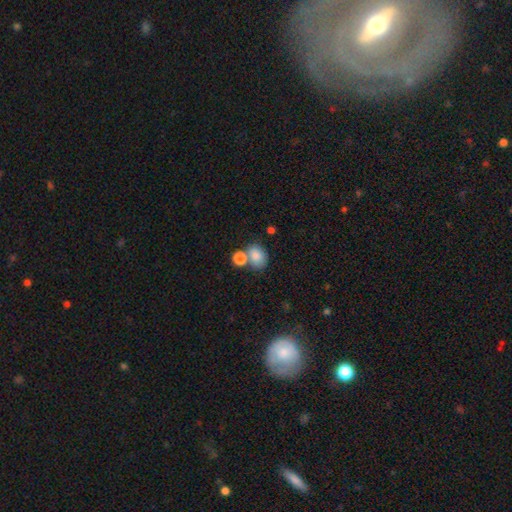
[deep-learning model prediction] Q: Smooth or featured?
A: smooth (83%); runner-up: star or artifact (9%)
Q: How rounded?
A: in between (63%); runner-up: round (36%)
Q: Merging?
A: none (50%); runner-up: merger (33%)